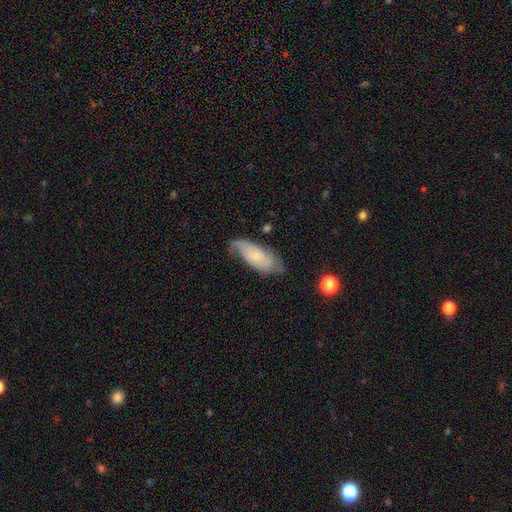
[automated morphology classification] Smooth or featured? Predicted: featured or disk (p=0.52). Edge-on disk? Predicted: no (p=0.89). Merging? Predicted: none (p=0.57).